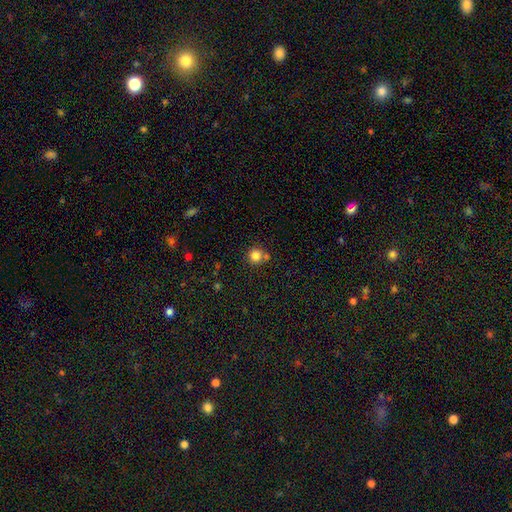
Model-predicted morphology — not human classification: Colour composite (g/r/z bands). It shows a smooth galaxy with no disk features (82%) that is round (92%). Merging: none (69%).